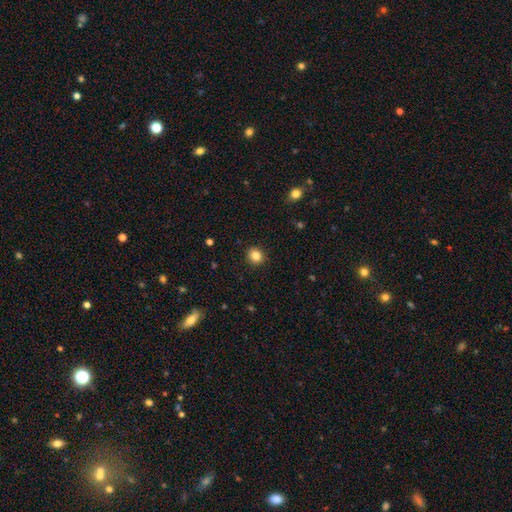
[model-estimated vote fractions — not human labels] A smooth galaxy with no disk features (85%) that is round (81%). Merging: none (91%).